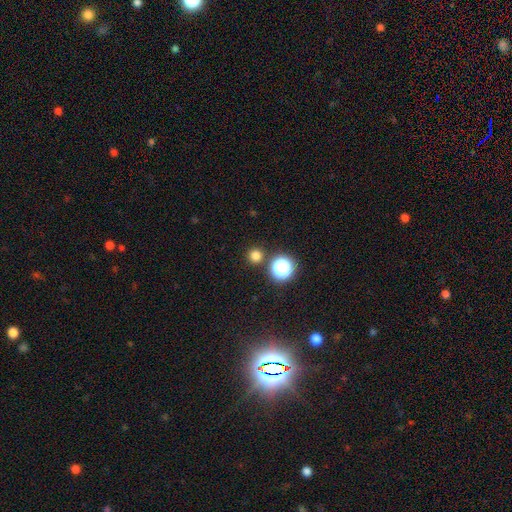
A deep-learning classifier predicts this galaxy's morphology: type=smooth (75%); roundness=round (95%); merging=none (86%).